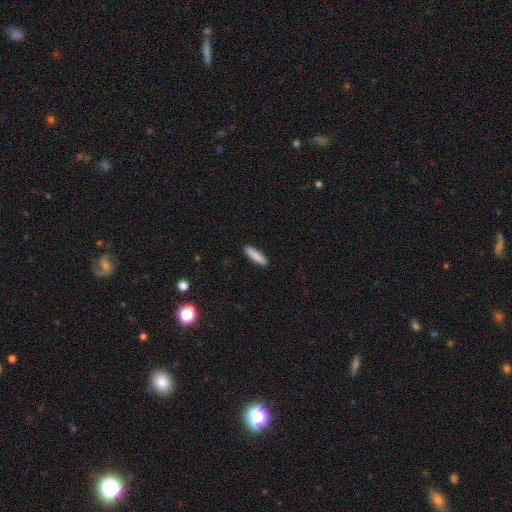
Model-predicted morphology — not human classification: A smooth galaxy with no disk features (88%) that is cigar-shaped (76%).

Vote fractions:
- Smooth or featured? smooth: 88% / featured or disk: 6% / star or artifact: 6%
- How rounded? cigar-shaped: 76% / in between: 23% / round: 1%
- Merging? none: 91% / minor disturbance: 7% / major disturbance: 1% / merger: 1%